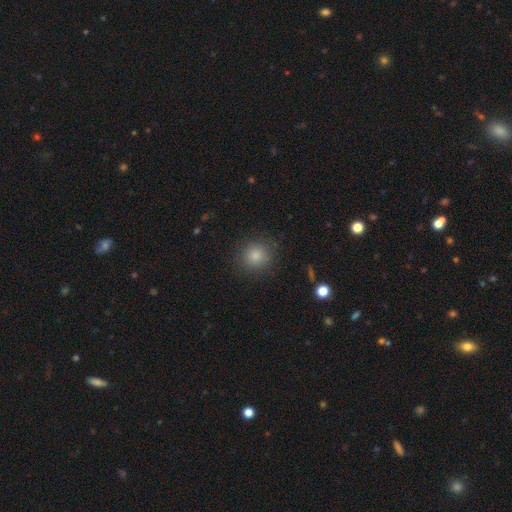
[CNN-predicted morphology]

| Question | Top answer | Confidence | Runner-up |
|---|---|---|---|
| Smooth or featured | smooth | 82% | star or artifact (12%) |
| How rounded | round | 91% | in between (8%) |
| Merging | none | 87% | minor disturbance (8%) |